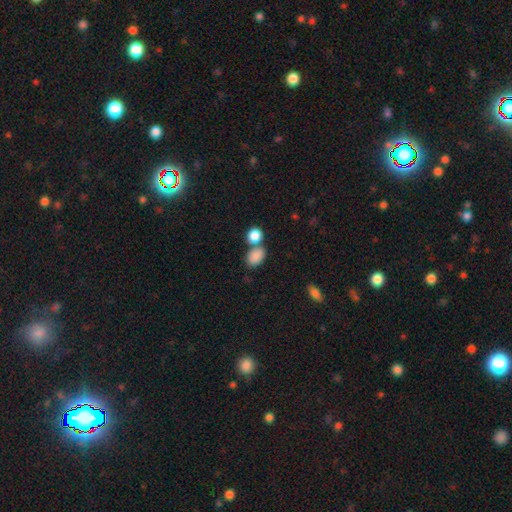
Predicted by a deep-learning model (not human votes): Smooth or featured?
  - smooth: 86% *
  - star or artifact: 9%
  - featured or disk: 5%
How rounded?
  - in between: 80% *
  - round: 18%
  - cigar-shaped: 1%
Merging?
  - none: 52% *
  - merger: 32%
  - minor disturbance: 12%
  - major disturbance: 4%